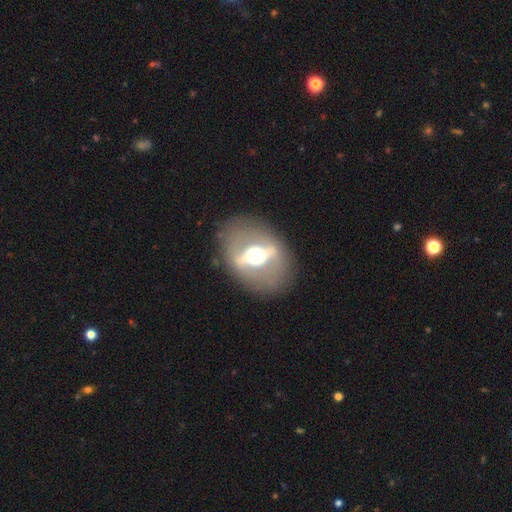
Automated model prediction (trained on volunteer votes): A featured or disk galaxy (76%) with a strong bar (79%), no spiral arms (86%) and a moderate central bulge (54%).

Vote fractions:
- Smooth or featured? featured or disk: 76% / smooth: 16% / star or artifact: 8%
- Edge-on disk? no: 68% / yes: 32%
- Bar? strong: 79% / weak: 13% / no: 8%
- Spiral arms? no: 86% / yes: 14%
- Bulge size? moderate: 54% / large: 36% / dominant: 6% / small: 3% / none: 1%
- Merging? none: 81% / minor disturbance: 10% / major disturbance: 7% / merger: 1%